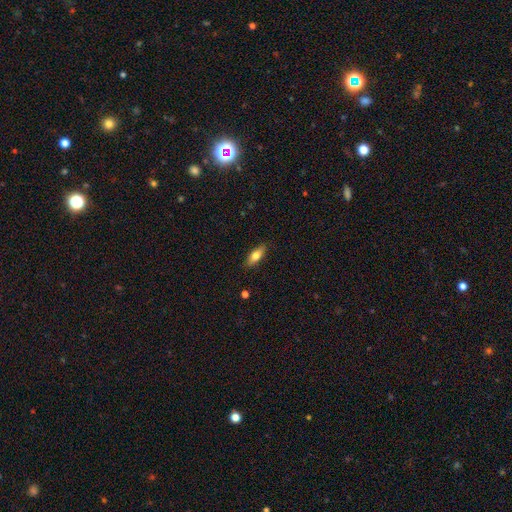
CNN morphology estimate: Smooth or featured? smooth (69%)
How rounded? in between (64%)
Merging? none (86%)